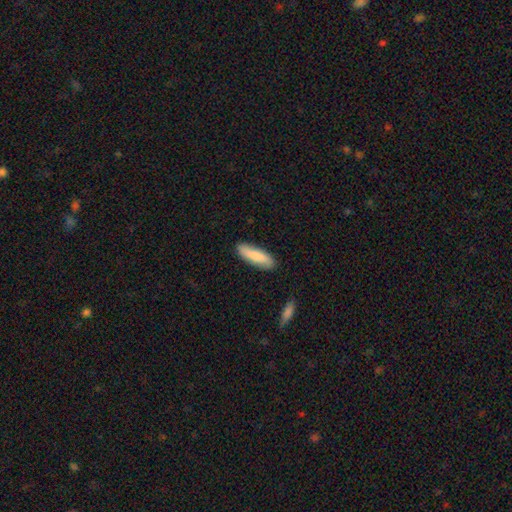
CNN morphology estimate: smooth 79%, featured or disk 16%, star or artifact 5%. Down the decision tree: how rounded — cigar-shaped (56%); merging — none (86%).